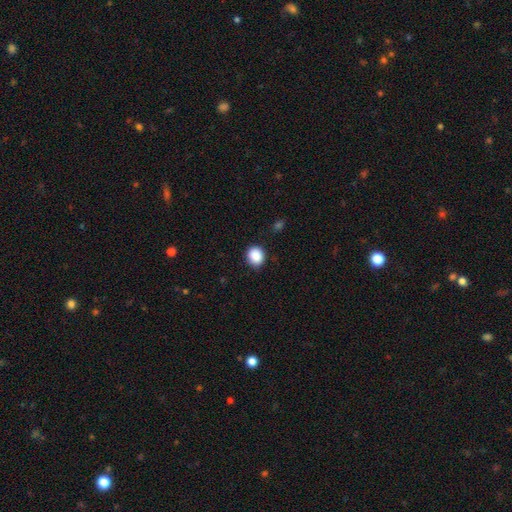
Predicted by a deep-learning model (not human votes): Morphology: type=smooth (88%); roundness=round (74%); merging=none (84%).